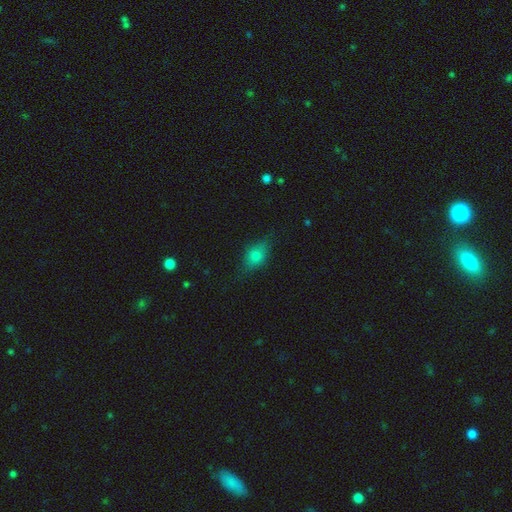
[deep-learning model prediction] Smooth or featured? smooth (71%)
How rounded? in between (76%)
Merging? none (73%)